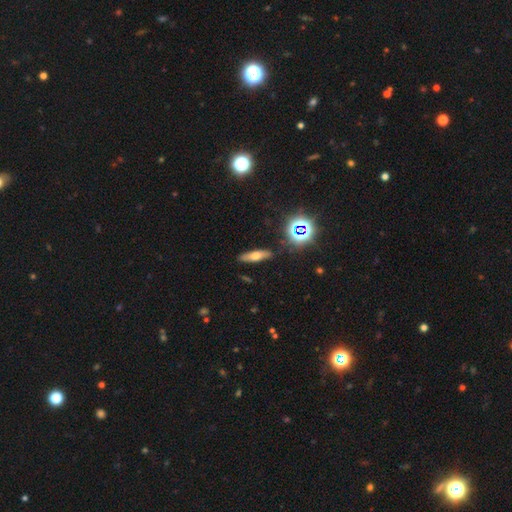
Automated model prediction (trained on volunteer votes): Smooth or featured? Predicted: smooth (p=0.55). How rounded? Predicted: cigar-shaped (p=0.58). Merging? Predicted: none (p=0.86).